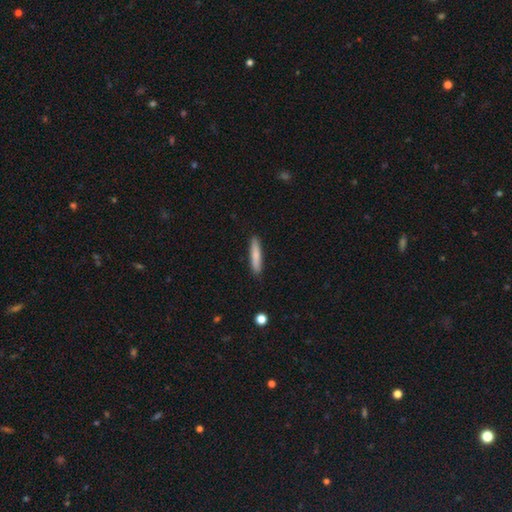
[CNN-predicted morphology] Smooth or featured? smooth (80%)
How rounded? cigar-shaped (89%)
Merging? none (89%)